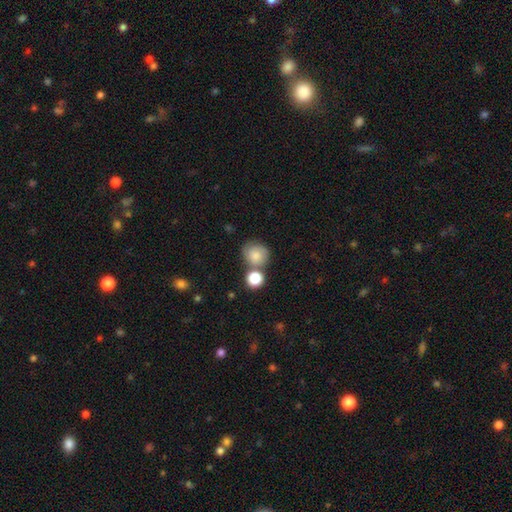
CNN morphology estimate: type=smooth (79%); roundness=round (78%); merging=none (54%).